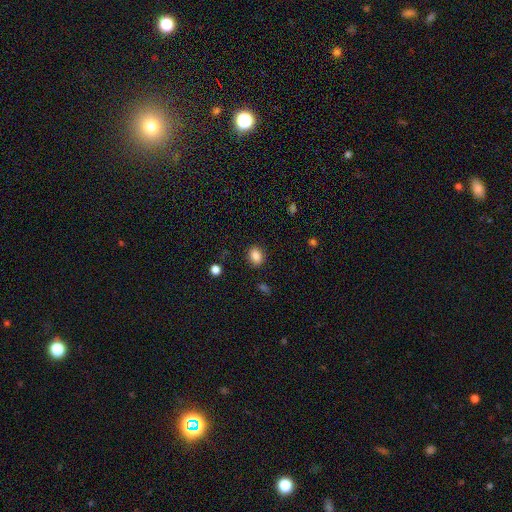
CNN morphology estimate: Smooth or featured: smooth — 86% (star or artifact — 10%)
How rounded: in between — 61% (round — 38%)
Merging: none — 87% (minor disturbance — 9%)